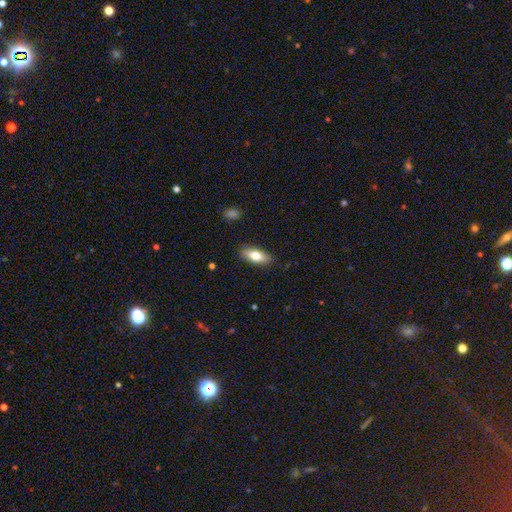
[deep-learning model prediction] A smooth galaxy with no disk features (76%) that is in between round and cigar-shaped (78%). Merging: none (86%).